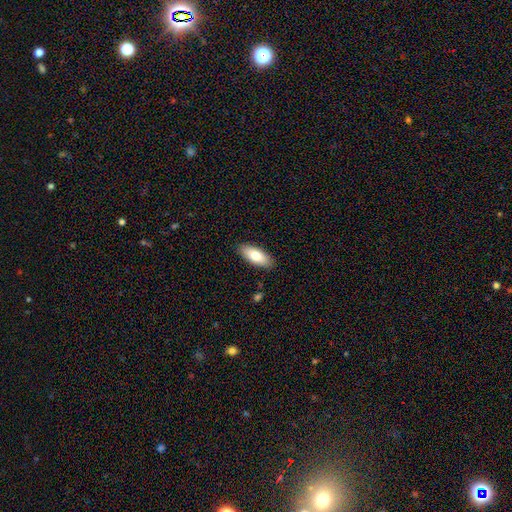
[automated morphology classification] Smooth or featured: smooth — 76% (featured or disk — 18%)
How rounded: in between — 83% (cigar-shaped — 15%)
Merging: none — 88% (minor disturbance — 9%)